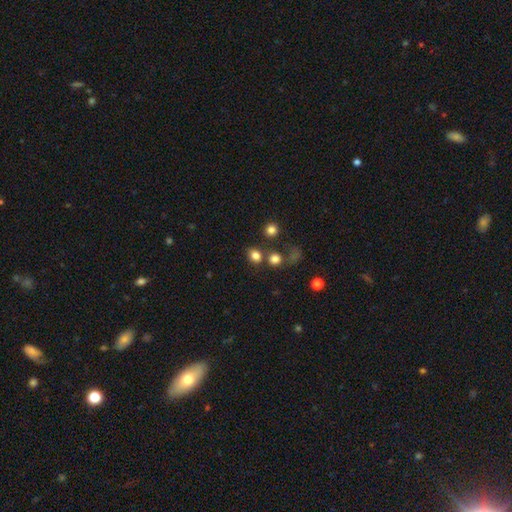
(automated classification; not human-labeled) Smooth or featured?
  - smooth: 80% *
  - star or artifact: 14%
  - featured or disk: 6%
How rounded?
  - round: 63% *
  - in between: 36%
  - cigar-shaped: 1%
Merging?
  - none: 69% *
  - merger: 16%
  - minor disturbance: 10%
  - major disturbance: 5%